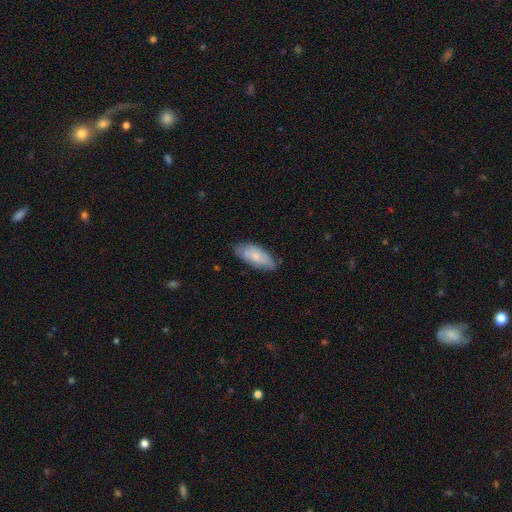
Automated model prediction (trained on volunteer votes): A smooth galaxy with no disk features (68%) that is in between round and cigar-shaped (86%). Merging: none (70%).